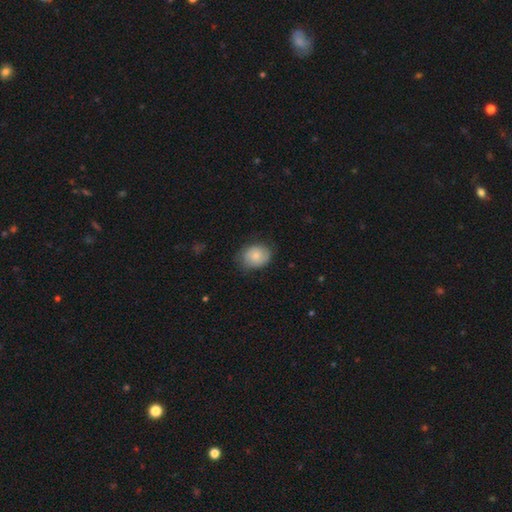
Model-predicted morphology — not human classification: smooth-or-featured: smooth: 76% | featured or disk: 18% | star or artifact: 7%
  how-rounded: in between: 53% | round: 47% | cigar-shaped: 1%
  merging: none: 74% | minor disturbance: 20% | major disturbance: 5% | merger: 1%